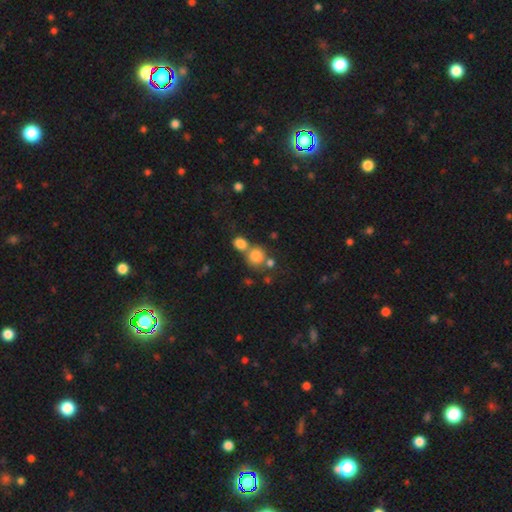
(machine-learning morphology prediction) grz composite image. It shows a smooth galaxy with no disk features (78%) that is round (83%). Merging: none (47%).